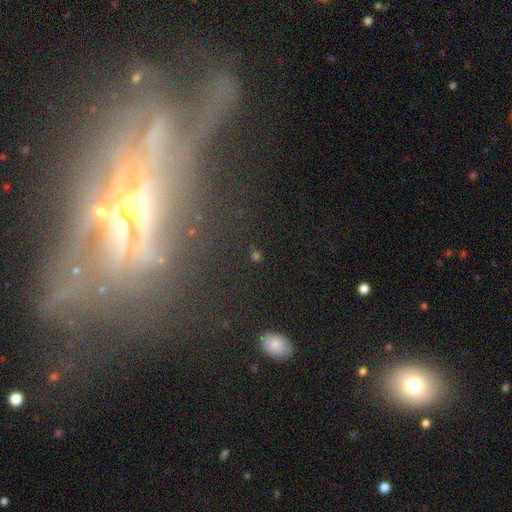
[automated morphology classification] Smooth or featured?
  - star or artifact: 43% * (tied)
  - smooth: 43% * (tied)
  - featured or disk: 14%